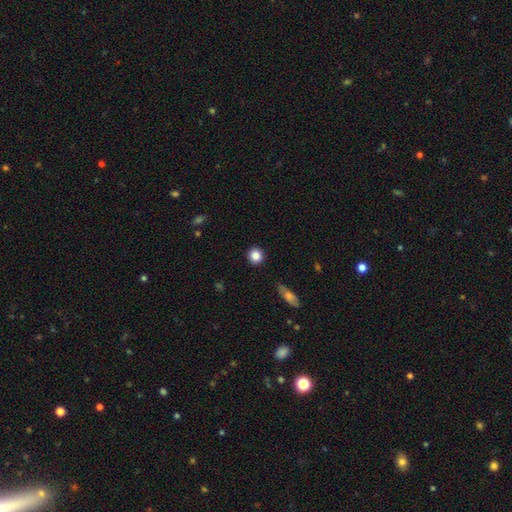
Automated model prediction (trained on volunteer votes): smooth 84%, star or artifact 10%, featured or disk 6%. Down the decision tree: how rounded — round (93%); merging — none (92%).